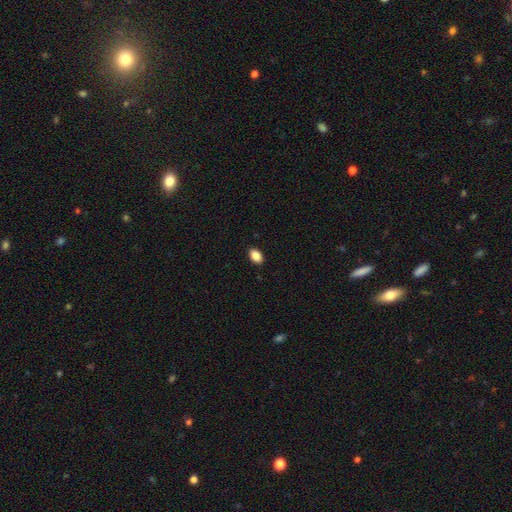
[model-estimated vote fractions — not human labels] smooth_or_featured: smooth (p=0.87) [alt: star or artifact p=0.08]
how_rounded: in between (p=0.88) [alt: round p=0.11]
merging: none (p=0.89) [alt: minor disturbance p=0.08]